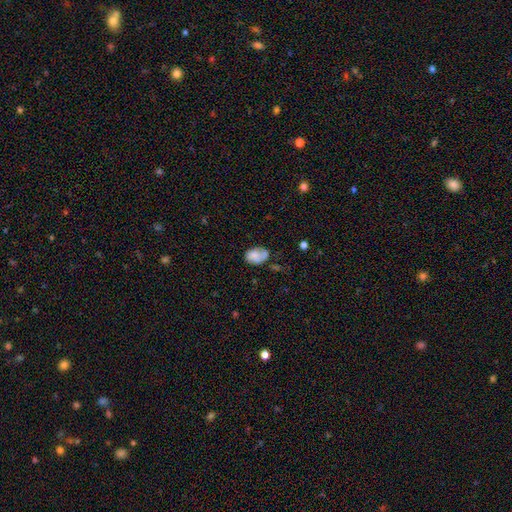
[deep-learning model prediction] Smooth or featured? Predicted: smooth (p=0.70). How rounded? Predicted: in between (p=0.78). Merging? Predicted: none (p=0.41).